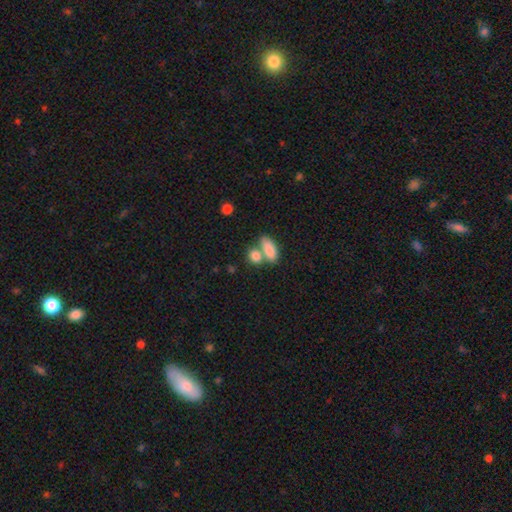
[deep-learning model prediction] A smooth galaxy with no disk features (83%) that is in between round and cigar-shaped (69%).

Vote fractions:
- Smooth or featured? smooth: 83% / featured or disk: 9% / star or artifact: 8%
- How rounded? in between: 69% / round: 25% / cigar-shaped: 7%
- Merging? merger: 45% / none: 42% / minor disturbance: 9% / major disturbance: 4%